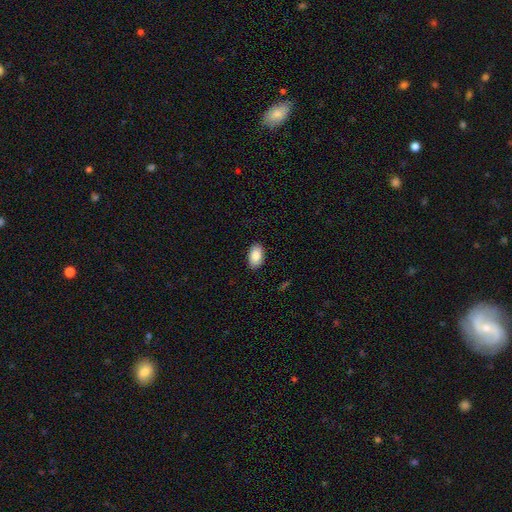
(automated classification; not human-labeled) Smooth or featured: smooth — 89% (star or artifact — 6%)
How rounded: in between — 93% (round — 5%)
Merging: none — 89% (minor disturbance — 8%)